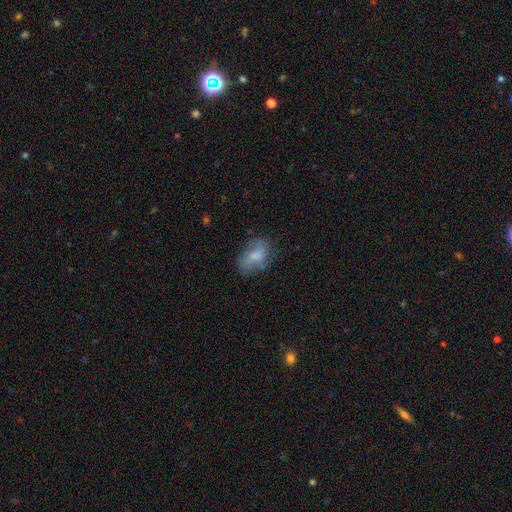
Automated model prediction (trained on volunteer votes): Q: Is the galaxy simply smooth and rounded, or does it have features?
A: smooth — 56%.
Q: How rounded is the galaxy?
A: in between — 86%.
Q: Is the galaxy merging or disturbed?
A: none — 59%.